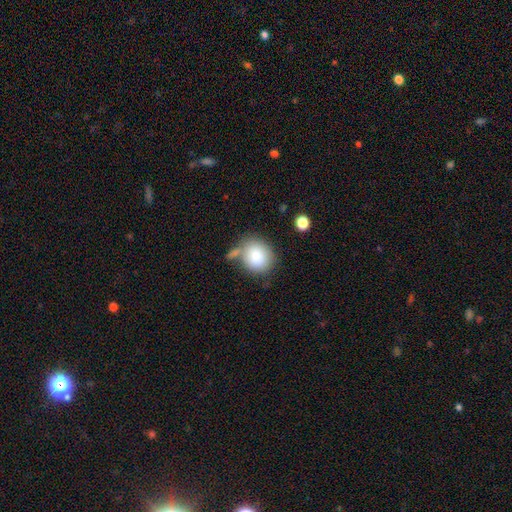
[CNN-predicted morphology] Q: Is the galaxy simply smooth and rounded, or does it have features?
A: smooth — 80%.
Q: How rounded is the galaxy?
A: round — 76%.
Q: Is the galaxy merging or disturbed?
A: none — 58%.